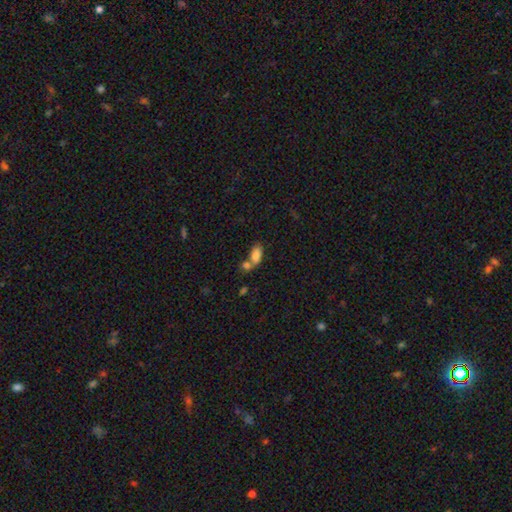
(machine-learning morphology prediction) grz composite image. It shows a smooth galaxy with no disk features (81%) that is in between round and cigar-shaped (89%). Merging: merger (44%).